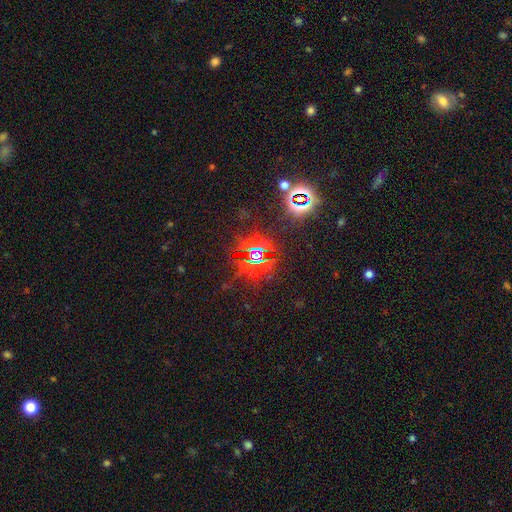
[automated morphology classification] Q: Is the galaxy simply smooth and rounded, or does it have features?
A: star or artifact — 81%.